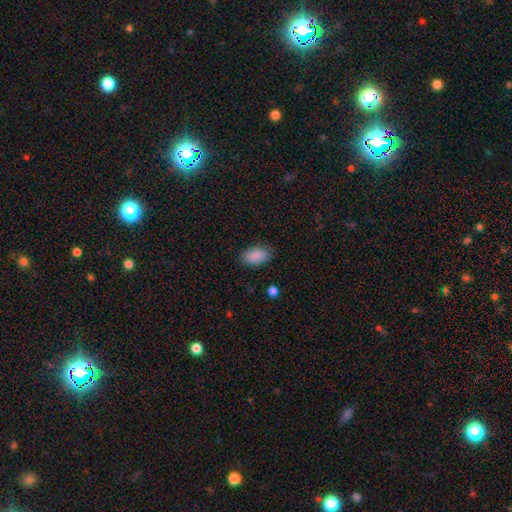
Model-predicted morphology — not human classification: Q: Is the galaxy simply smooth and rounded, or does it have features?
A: smooth — 89%.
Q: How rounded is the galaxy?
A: in between — 92%.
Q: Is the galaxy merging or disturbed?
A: none — 83%.